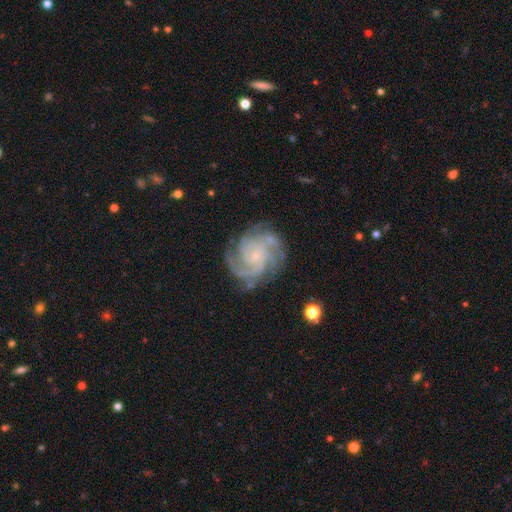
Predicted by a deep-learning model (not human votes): Smooth or featured: featured or disk — 89% (star or artifact — 6%)
Edge-on disk: no — 98% (yes — 2%)
Bar: no — 70% (weak — 25%)
Spiral arms: yes — 98% (no — 2%)
Spiral winding: tight — 61% (medium — 34%)
Spiral arm count: 4 — 31% (3 — 29%)
Bulge size: small — 78% (moderate — 11%)
Merging: none — 76% (minor disturbance — 15%)